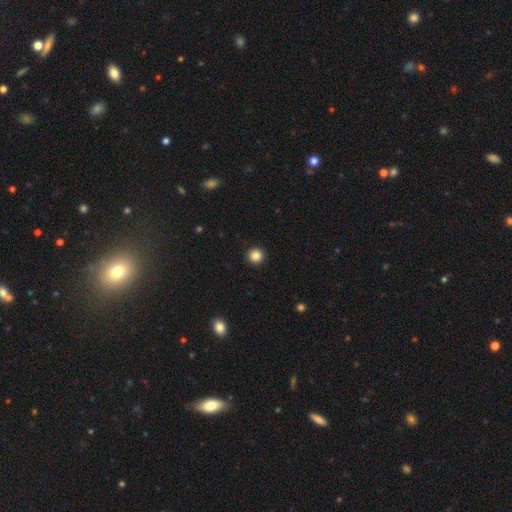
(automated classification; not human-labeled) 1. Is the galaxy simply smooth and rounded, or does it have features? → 86% smooth, 11% star or artifact, 4% featured or disk.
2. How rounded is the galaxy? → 96% round, 3% in between, 1% cigar-shaped.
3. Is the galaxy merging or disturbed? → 94% none, 4% minor disturbance, 1% major disturbance, 1% merger.